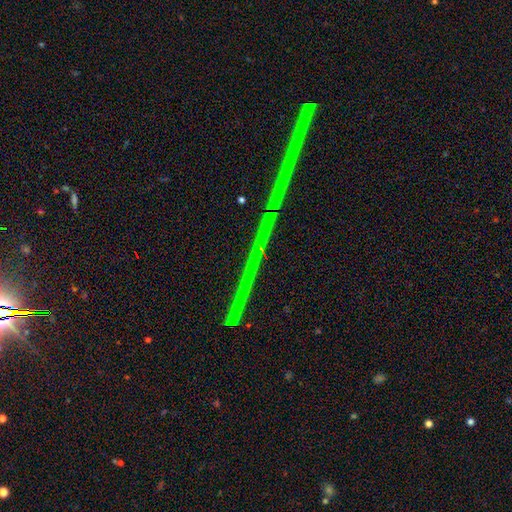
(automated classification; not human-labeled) This appears to be a star or artifact, not a galaxy (81%).